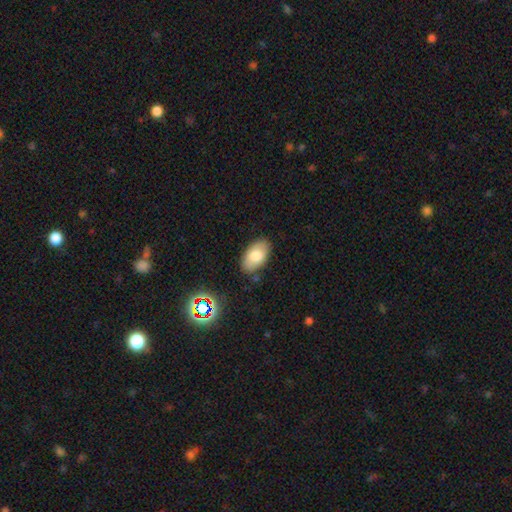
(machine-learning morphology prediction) Smooth or featured? Predicted: smooth (p=0.78). How rounded? Predicted: in between (p=0.94). Merging? Predicted: none (p=0.82).